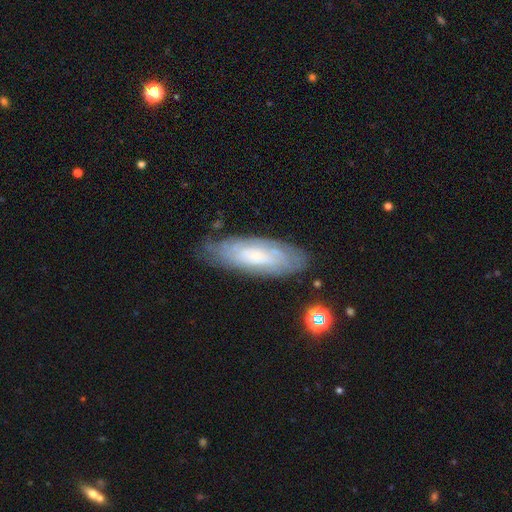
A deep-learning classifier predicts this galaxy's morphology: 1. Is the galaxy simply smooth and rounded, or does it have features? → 60% featured or disk, 31% smooth, 8% star or artifact.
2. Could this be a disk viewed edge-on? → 81% no, 19% yes.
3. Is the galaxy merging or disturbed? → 75% none, 18% minor disturbance, 5% major disturbance, 2% merger.